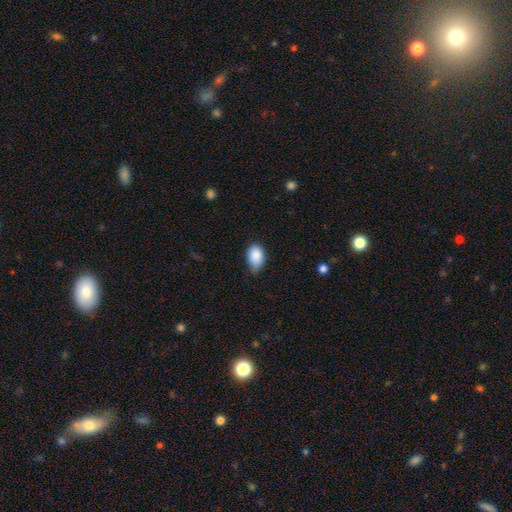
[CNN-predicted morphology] Overall: smooth (88%). How rounded: in between (85%). Merging: none (62%; minor disturbance 32%).